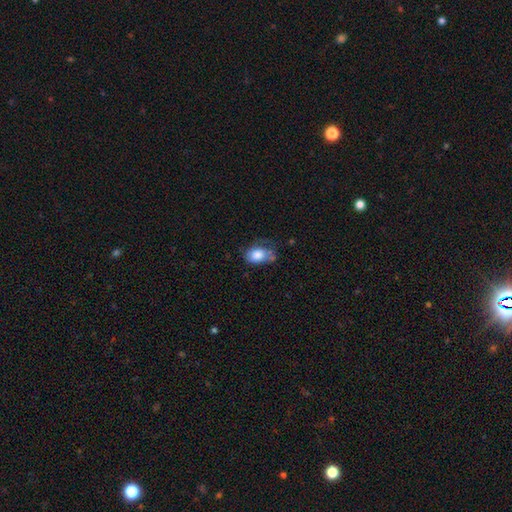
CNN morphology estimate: Smooth or featured?
  - smooth: 77% *
  - featured or disk: 14%
  - star or artifact: 8%
How rounded?
  - in between: 81% *
  - round: 18%
  - cigar-shaped: 1%
Merging?
  - minor disturbance: 36% *
  - none: 33%
  - major disturbance: 24%
  - merger: 8%